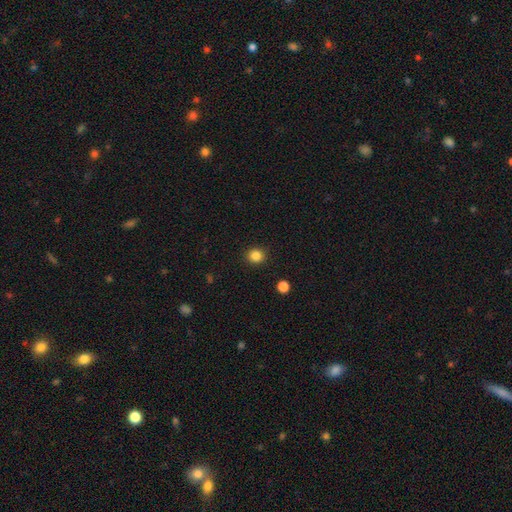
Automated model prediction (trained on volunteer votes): Smooth or featured? smooth (85%)
How rounded? round (87%)
Merging? none (91%)